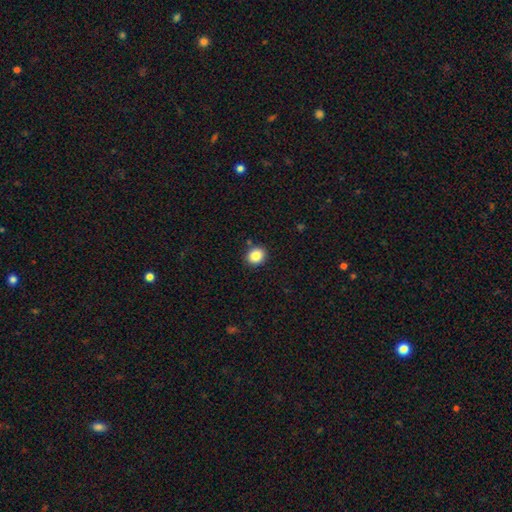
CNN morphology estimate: smooth-or-featured: smooth: 85% | star or artifact: 10% | featured or disk: 5%
  how-rounded: round: 73% | in between: 26% | cigar-shaped: 1%
  merging: none: 87% | minor disturbance: 8% | merger: 3% | major disturbance: 2%